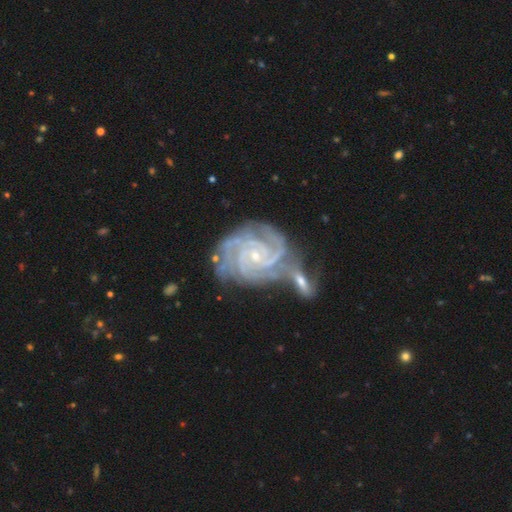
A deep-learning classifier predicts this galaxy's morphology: Smooth or featured?
  - featured or disk: 92% *
  - star or artifact: 5%
  - smooth: 3%
Edge-on disk?
  - no: 98% *
  - yes: 2%
Bar?
  - no: 63% *
  - weak: 27%
  - strong: 11%
Spiral arms?
  - yes: 99% *
  - no: 1%
Spiral winding?
  - tight: 78% *
  - medium: 19%
  - loose: 3%
Spiral arm count?
  - 3: 27% *
  - 4: 26%
  - 2: 16%
  - can't tell: 14%
  - more than 4: 10%
  - 1: 7%
Bulge size?
  - small: 82% *
  - moderate: 14%
  - none: 2%
  - large: 1%
  - dominant: 1%
Merging?
  - merger: 41% *
  - none: 34%
  - minor disturbance: 16%
  - major disturbance: 8%